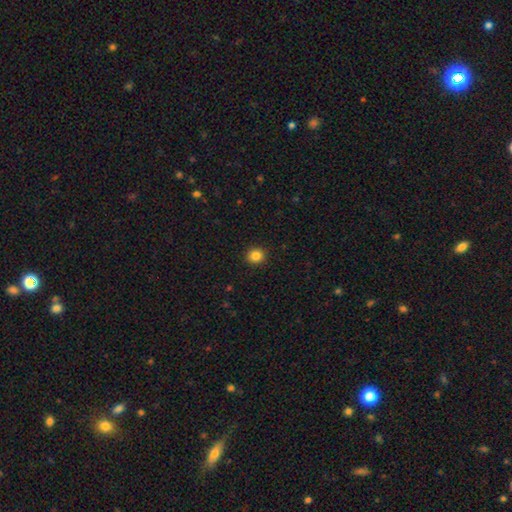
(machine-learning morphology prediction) smooth-or-featured: smooth: 85% | star or artifact: 11% | featured or disk: 4%
  how-rounded: round: 88% | in between: 12% | cigar-shaped: 1%
  merging: none: 92% | minor disturbance: 5% | major disturbance: 2% | merger: 1%